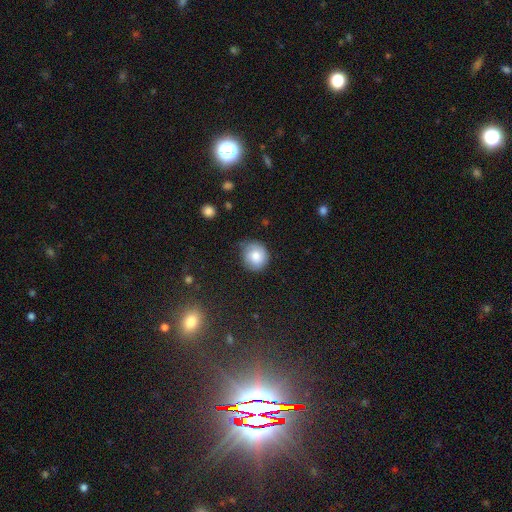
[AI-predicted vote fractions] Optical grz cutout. It shows a smooth galaxy with no disk features (77%) that is round (85%). Merging: none (64%).